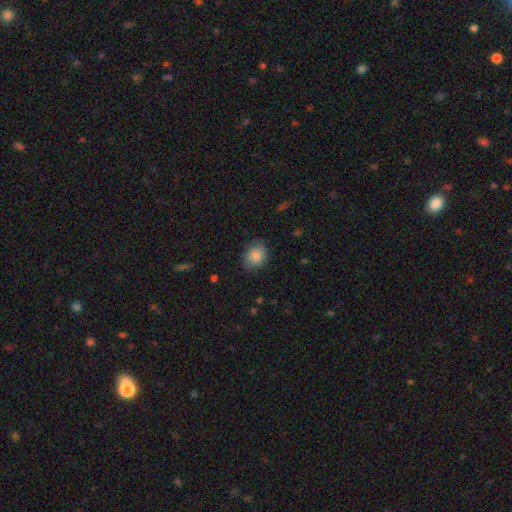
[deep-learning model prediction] The model was most divided on "how rounded": in between: 56%, round: 43%, cigar-shaped: 1%. More confident: smooth or featured — smooth (85%); merging — none (78%).